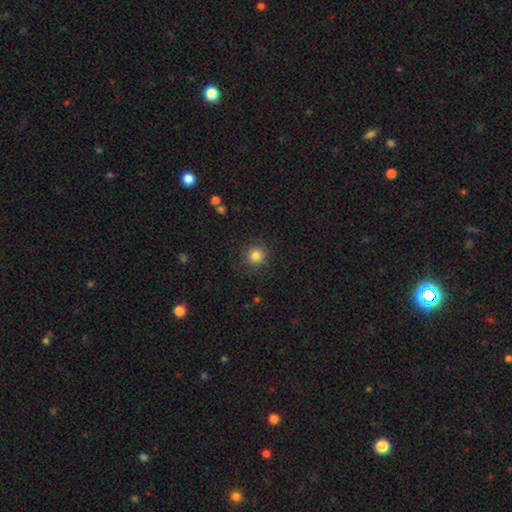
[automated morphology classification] type=smooth (83%); roundness=round (93%); merging=none (88%).